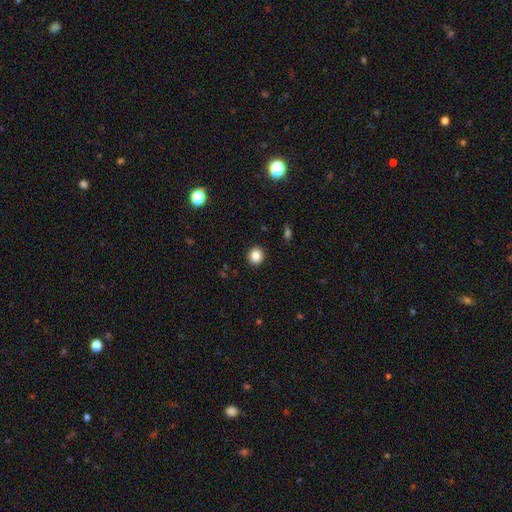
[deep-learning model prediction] A smooth galaxy with no disk features (85%) that is round (81%).

Vote fractions:
- Smooth or featured? smooth: 85% / star or artifact: 10% / featured or disk: 5%
- How rounded? round: 81% / in between: 18% / cigar-shaped: 1%
- Merging? none: 92% / minor disturbance: 5% / major disturbance: 2% / merger: 1%